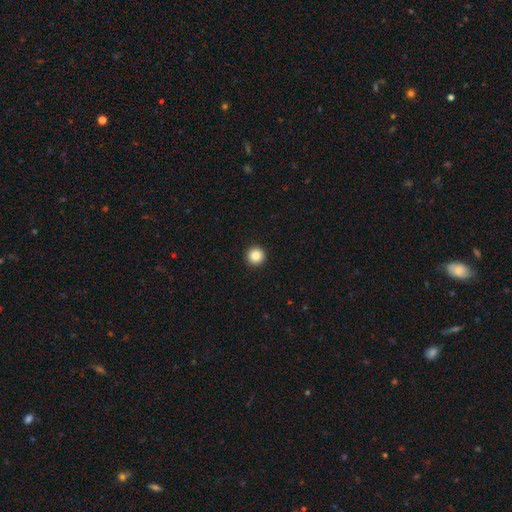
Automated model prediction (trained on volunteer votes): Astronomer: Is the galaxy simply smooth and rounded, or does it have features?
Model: smooth — 86%.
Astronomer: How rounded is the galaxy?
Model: round — 96%.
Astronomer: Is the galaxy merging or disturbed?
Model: none — 94%.